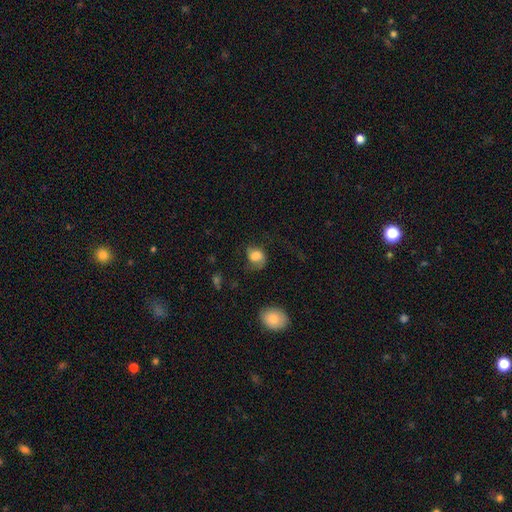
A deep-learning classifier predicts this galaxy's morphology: Overall: smooth (66%). How rounded: in between (57%; round 41%). Merging: none (40%; major disturbance 29%).